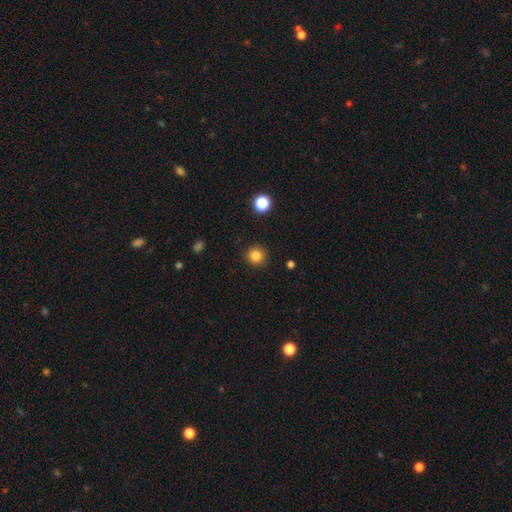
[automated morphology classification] smooth 84%, star or artifact 12%, featured or disk 5%. Down the decision tree: how rounded — round (93%); merging — none (90%).